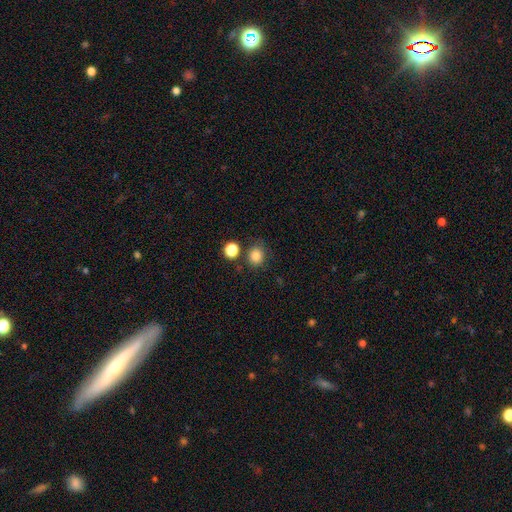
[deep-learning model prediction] Morphology: type=smooth (84%); roundness=round (76%); merging=none (74%).